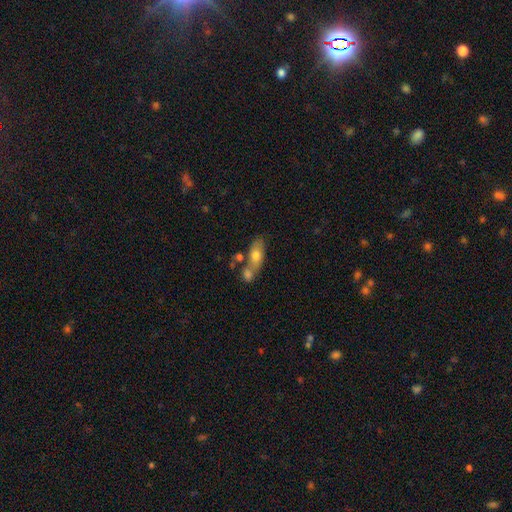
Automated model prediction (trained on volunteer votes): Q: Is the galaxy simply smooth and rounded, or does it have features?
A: smooth — 65%.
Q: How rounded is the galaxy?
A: in between — 73%.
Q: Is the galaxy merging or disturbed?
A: none — 40%, tied with merger.